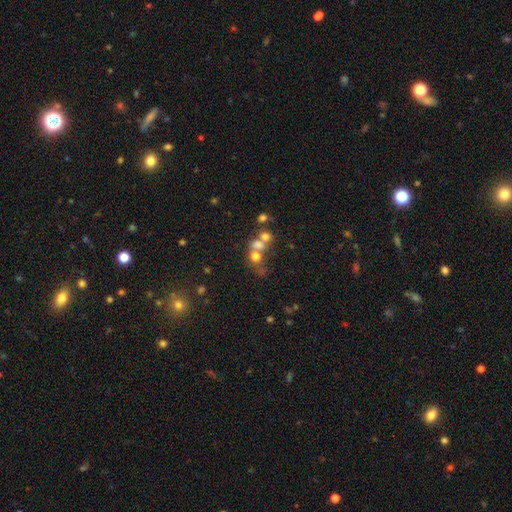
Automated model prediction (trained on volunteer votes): Q: Smooth or featured?
A: smooth (63%); runner-up: featured or disk (19%)
Q: How rounded?
A: round (67%); runner-up: in between (31%)
Q: Merging?
A: merger (51%); runner-up: none (32%)